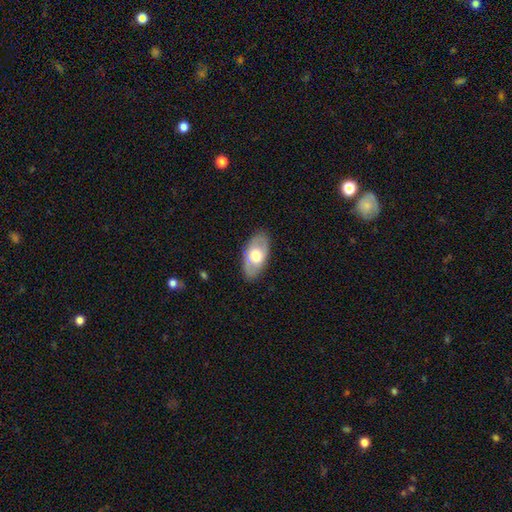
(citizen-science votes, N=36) Smooth or featured? 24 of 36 (67%) said smooth. How rounded? 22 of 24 (92%) said in between. Merging? 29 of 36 (81%) said none.